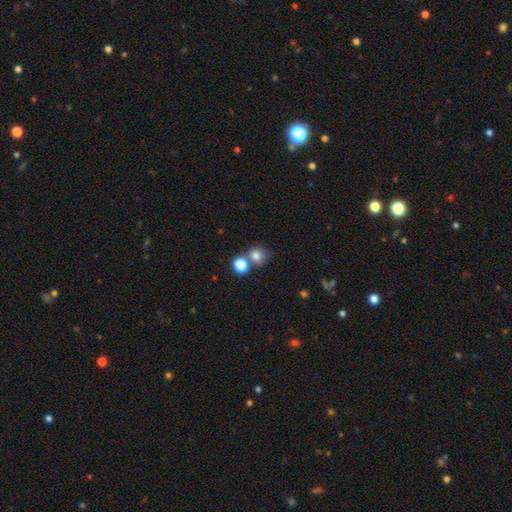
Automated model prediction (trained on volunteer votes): smooth_or_featured: smooth (p=0.78) [alt: star or artifact p=0.13]
how_rounded: round (p=0.78) [alt: in between p=0.21]
merging: none (p=0.53) [alt: merger p=0.32]